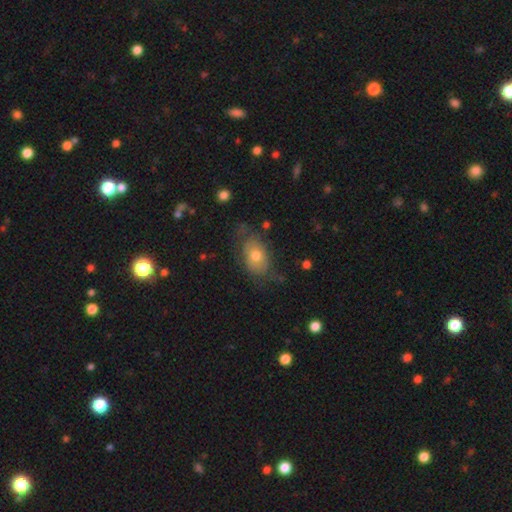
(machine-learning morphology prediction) A smooth galaxy with no disk features (60%) that is in between round and cigar-shaped (84%). Merging: none (58%).